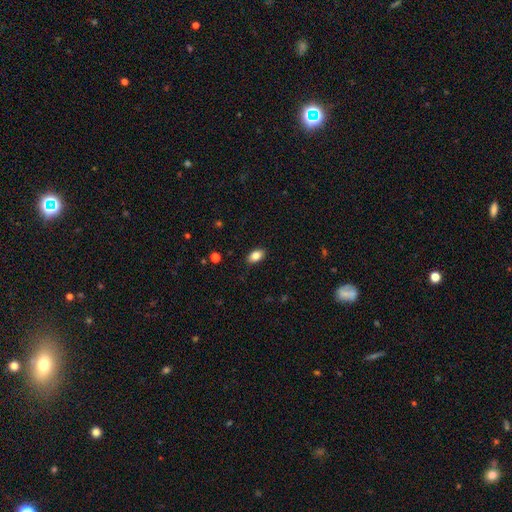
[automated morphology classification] Smooth or featured? smooth (85%)
How rounded? in between (90%)
Merging? none (89%)